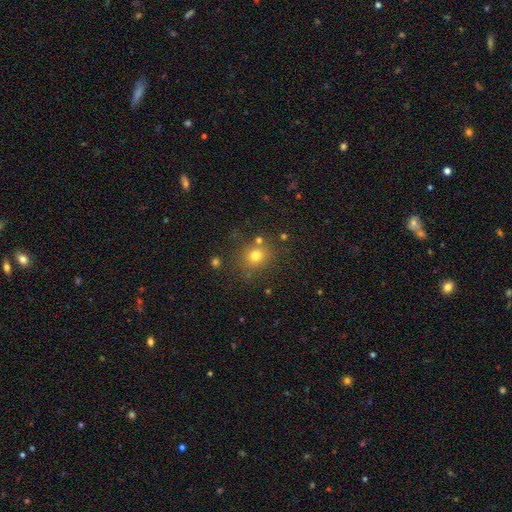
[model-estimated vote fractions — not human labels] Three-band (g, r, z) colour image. It shows a smooth galaxy with no disk features (74%) that is round (80%). Merging: none (75%).